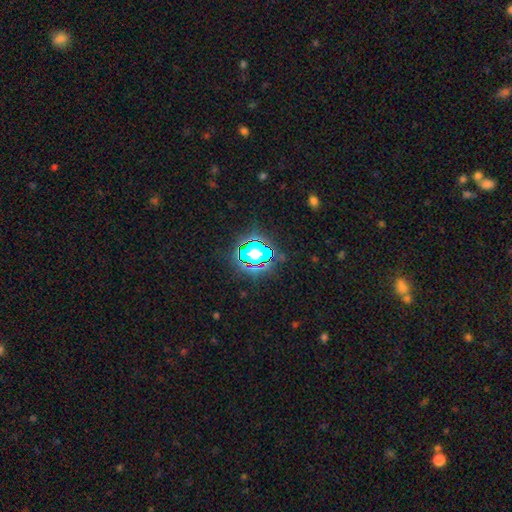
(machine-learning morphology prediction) star or artifact 75%, smooth 16%, featured or disk 9%.